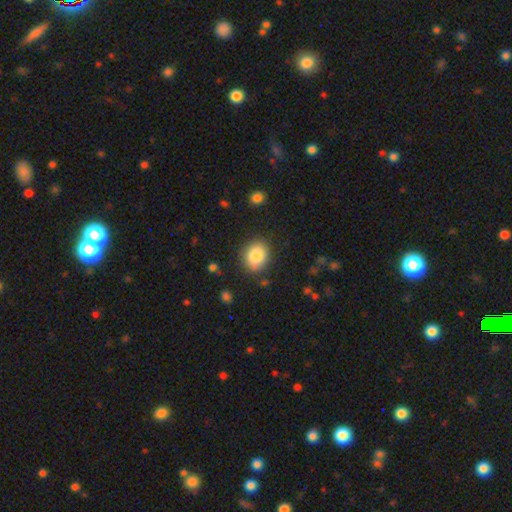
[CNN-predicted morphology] Smooth or featured? smooth (85%)
How rounded? round (62%)
Merging? none (83%)